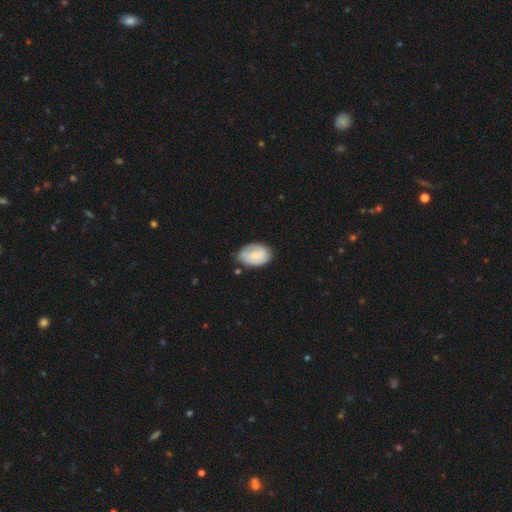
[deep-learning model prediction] The model was most divided on "merging": none: 65%, minor disturbance: 27%, major disturbance: 6%, merger: 3%. More confident: how rounded — in between (87%); smooth or featured — smooth (73%).